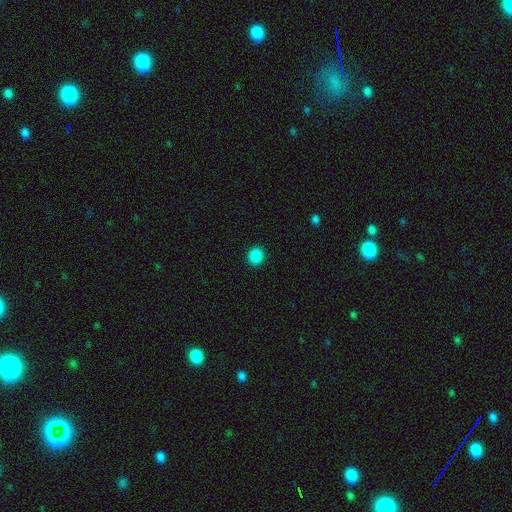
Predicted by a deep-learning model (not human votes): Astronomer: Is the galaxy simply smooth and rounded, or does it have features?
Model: smooth — 87%.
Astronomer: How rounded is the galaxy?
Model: round — 80%.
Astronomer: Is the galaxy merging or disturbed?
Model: none — 92%.